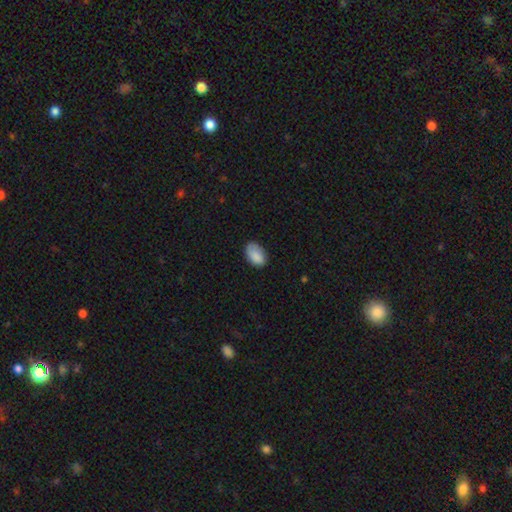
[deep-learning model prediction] smooth_or_featured: smooth (p=0.87) [alt: star or artifact p=0.07]
how_rounded: in between (p=0.91) [alt: round p=0.08]
merging: none (p=0.72) [alt: minor disturbance p=0.22]